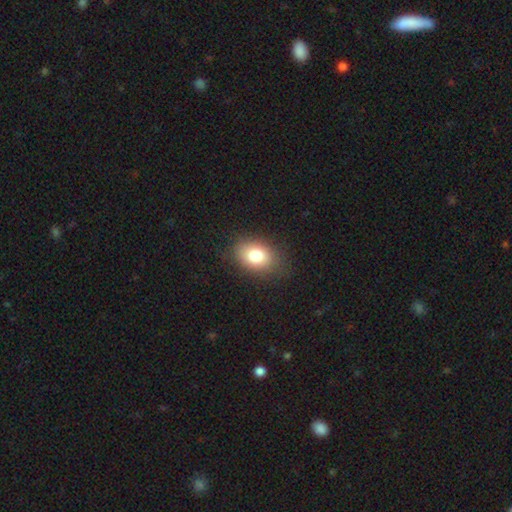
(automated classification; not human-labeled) Q: Smooth or featured?
A: smooth (79%); runner-up: featured or disk (10%)
Q: How rounded?
A: in between (75%); runner-up: round (24%)
Q: Merging?
A: none (82%); runner-up: minor disturbance (13%)